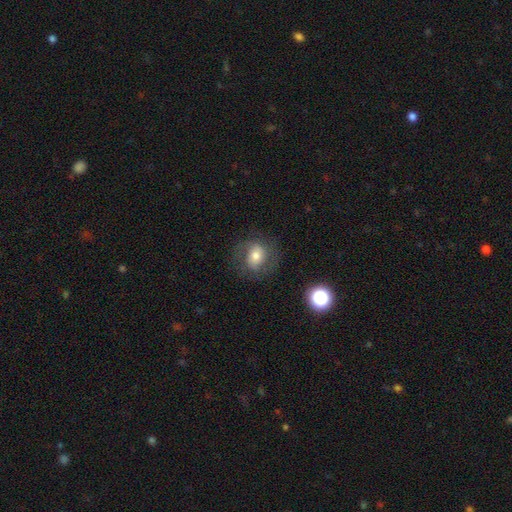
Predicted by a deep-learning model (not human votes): A smooth galaxy with no disk features (46%). Merging: none (70%).